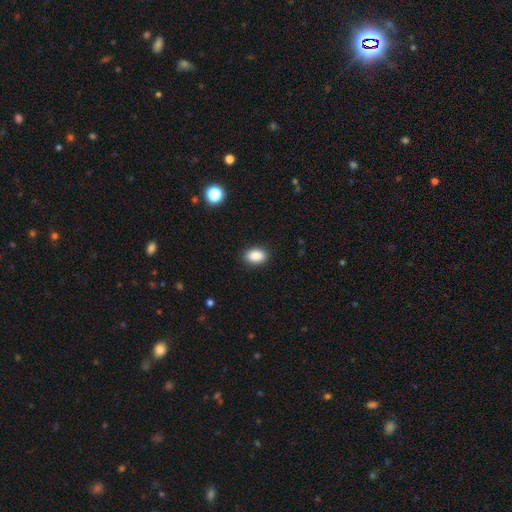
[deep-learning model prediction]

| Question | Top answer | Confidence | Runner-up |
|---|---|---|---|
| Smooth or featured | smooth | 88% | star or artifact (8%) |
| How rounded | in between | 86% | round (13%) |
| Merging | none | 89% | minor disturbance (8%) |